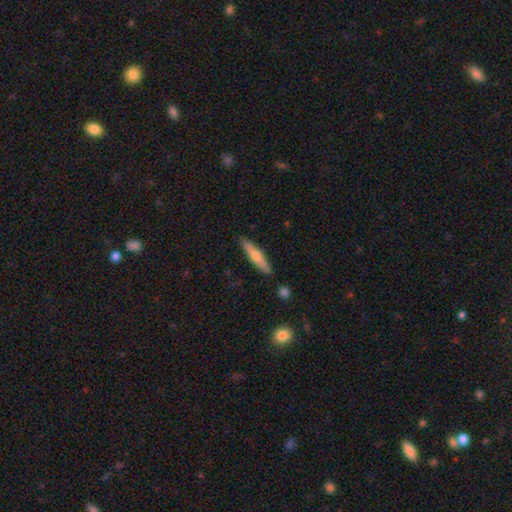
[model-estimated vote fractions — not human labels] smooth_or_featured: smooth (p=0.49) [alt: featured or disk p=0.45]
merging: none (p=0.88) [alt: minor disturbance p=0.08]